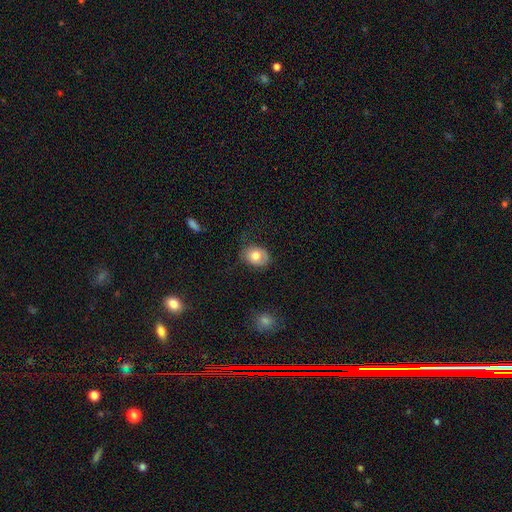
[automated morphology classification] smooth_or_featured: smooth (p=0.77) [alt: featured or disk p=0.15]
how_rounded: in between (p=0.54) [alt: round p=0.46]
merging: none (p=0.61) [alt: minor disturbance p=0.27]